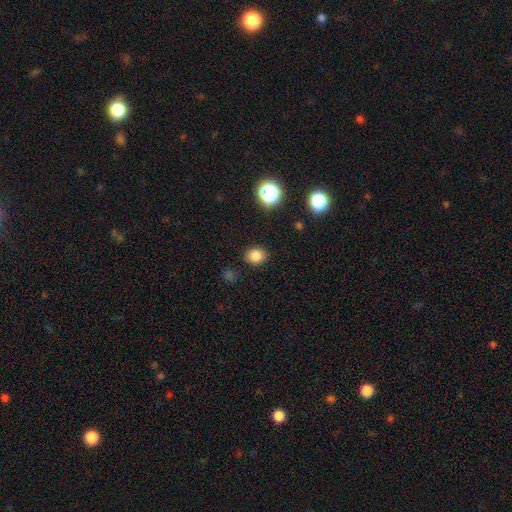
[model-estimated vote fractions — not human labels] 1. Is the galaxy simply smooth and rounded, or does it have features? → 82% smooth, 13% star or artifact, 5% featured or disk.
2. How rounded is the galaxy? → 63% round, 37% in between, 1% cigar-shaped.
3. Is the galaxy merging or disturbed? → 88% none, 8% minor disturbance, 2% major disturbance, 2% merger.